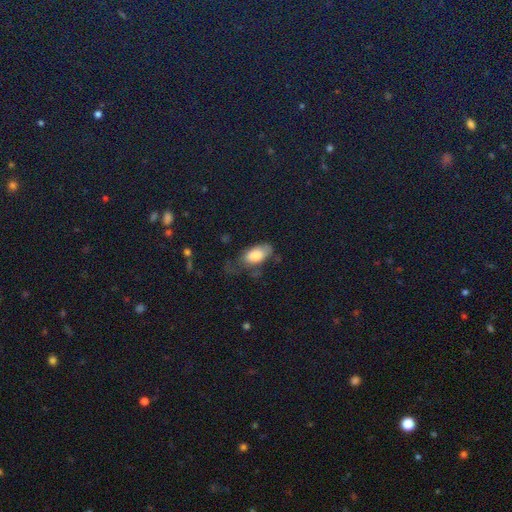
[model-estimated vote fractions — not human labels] Overall: smooth (79%). How rounded: in between (92%). Merging: none (42%; minor disturbance 32%).